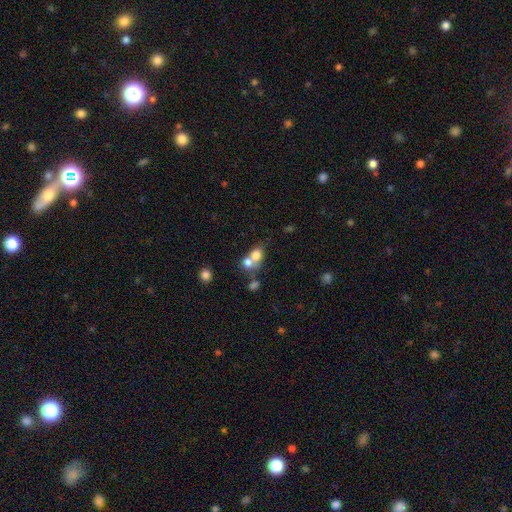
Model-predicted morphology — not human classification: A smooth galaxy with no disk features (72%) that is round (62%). Merging: merger (60%).